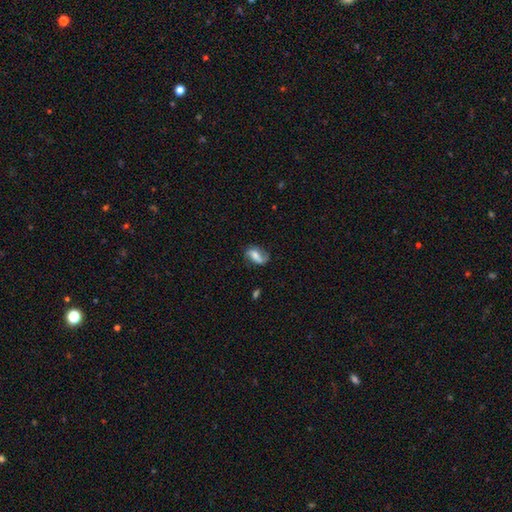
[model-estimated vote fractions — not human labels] Morphology: type=featured or disk (59%); edge-on=no (96%); bar=weak (40%); spiral arms=yes (89%); winding=loose (62%); arm count=2 (80%); bulge=moderate (40%); merging=none (66%).